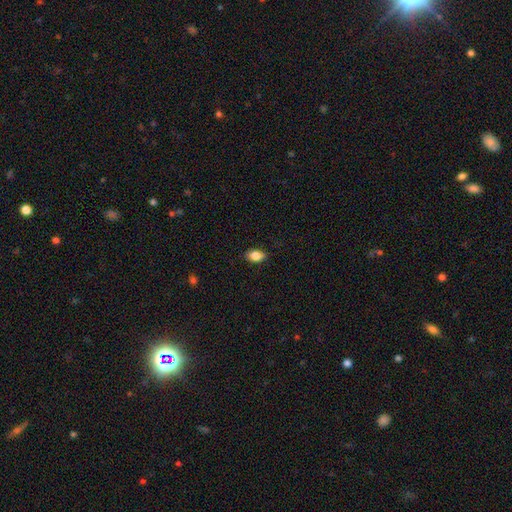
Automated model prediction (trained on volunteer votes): This appears to be a smooth galaxy with no disk features (85%) that is in between round and cigar-shaped (87%). Merging: none (86%).